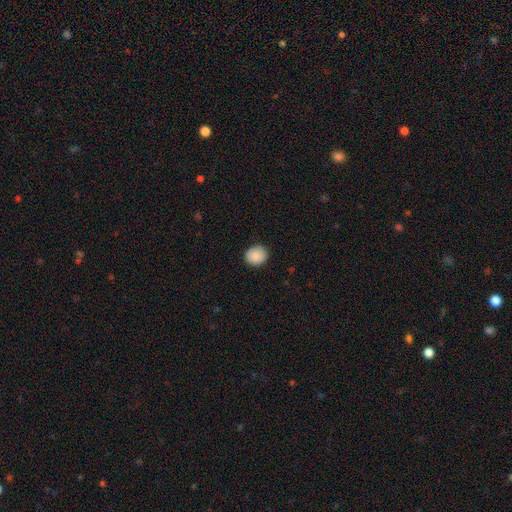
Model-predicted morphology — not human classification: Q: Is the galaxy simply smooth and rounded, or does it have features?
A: smooth — 89%.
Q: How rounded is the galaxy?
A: round — 80%.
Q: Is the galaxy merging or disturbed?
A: none — 90%.